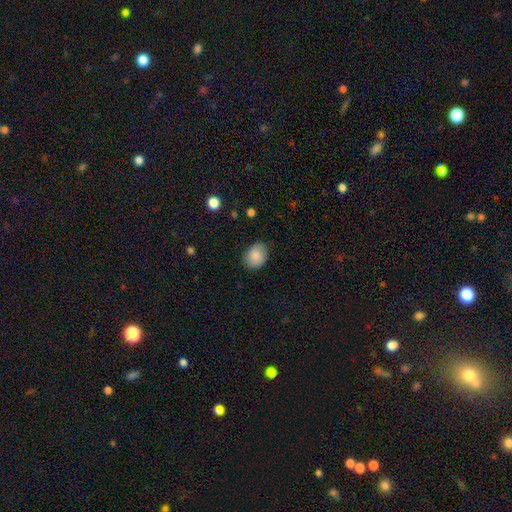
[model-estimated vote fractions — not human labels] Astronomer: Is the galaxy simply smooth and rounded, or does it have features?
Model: smooth — 86%.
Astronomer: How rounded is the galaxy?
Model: in between — 59% (runner-up: round, 40%).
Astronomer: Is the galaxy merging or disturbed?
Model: none — 80%.